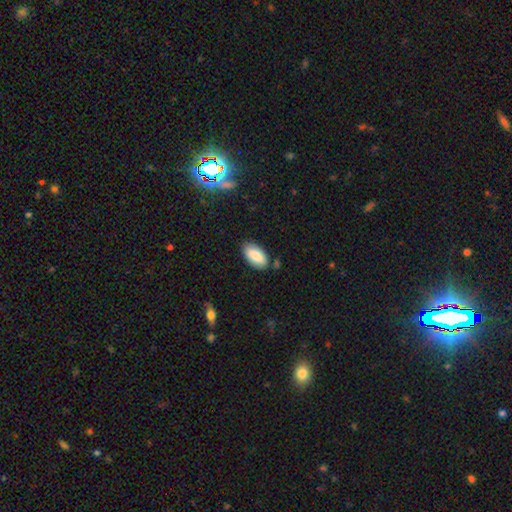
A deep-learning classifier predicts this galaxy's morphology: smooth_or_featured: smooth (p=0.84) [alt: featured or disk p=0.09]
how_rounded: in between (p=0.94) [alt: cigar-shaped p=0.04]
merging: none (p=0.80) [alt: minor disturbance p=0.15]